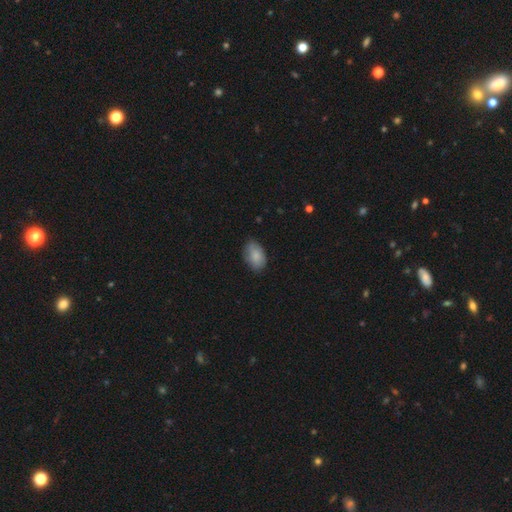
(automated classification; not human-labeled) smooth-or-featured: smooth: 86% | featured or disk: 8% | star or artifact: 6%
  how-rounded: in between: 90% | round: 9% | cigar-shaped: 1%
  merging: none: 77% | minor disturbance: 19% | major disturbance: 3% | merger: 1%